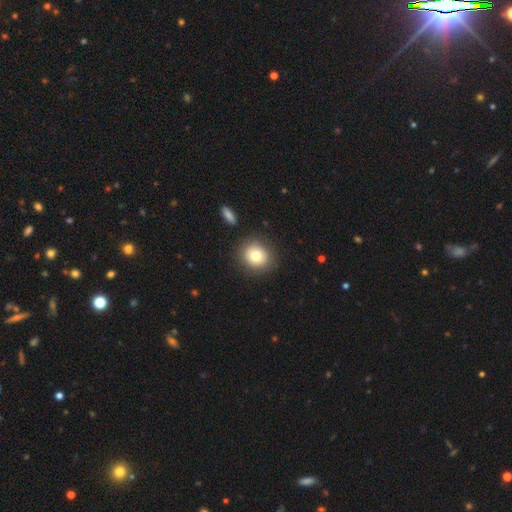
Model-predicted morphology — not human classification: Q: Smooth or featured?
A: smooth (77%); runner-up: featured or disk (13%)
Q: How rounded?
A: round (83%); runner-up: in between (16%)
Q: Merging?
A: none (85%); runner-up: minor disturbance (9%)